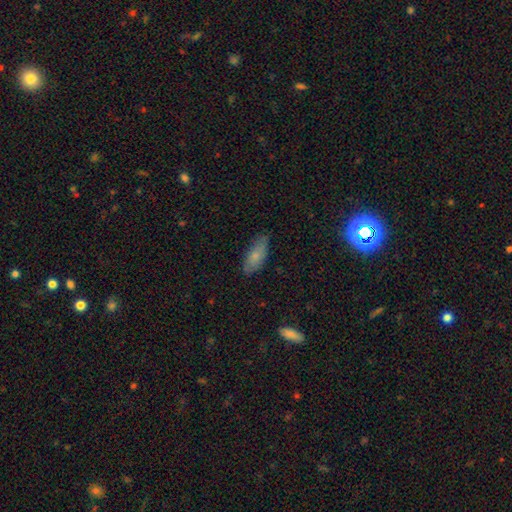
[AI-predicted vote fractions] Morphology: type=smooth (76%); roundness=in between (79%); merging=none (73%).